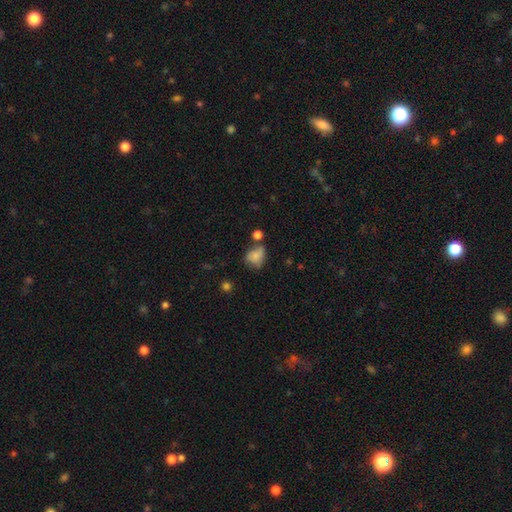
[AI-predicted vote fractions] A smooth galaxy with no disk features (75%) that is in between round and cigar-shaped (59%).

Vote fractions:
- Smooth or featured? smooth: 75% / featured or disk: 14% / star or artifact: 11%
- How rounded? in between: 59% / round: 39% / cigar-shaped: 1%
- Merging? none: 38% / minor disturbance: 30% / merger: 17% / major disturbance: 15%